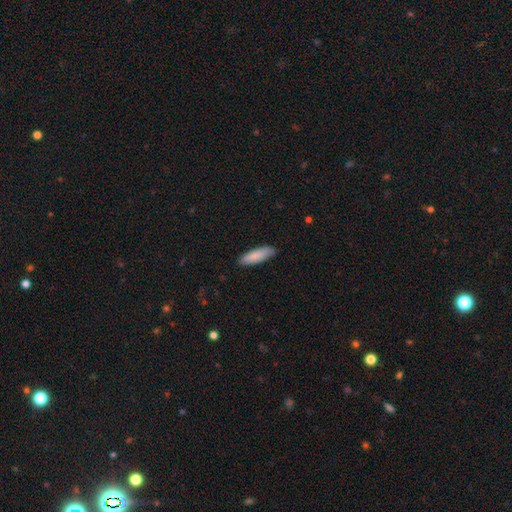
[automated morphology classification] Smooth or featured? smooth (86%)
How rounded? cigar-shaped (53%)
Merging? none (85%)